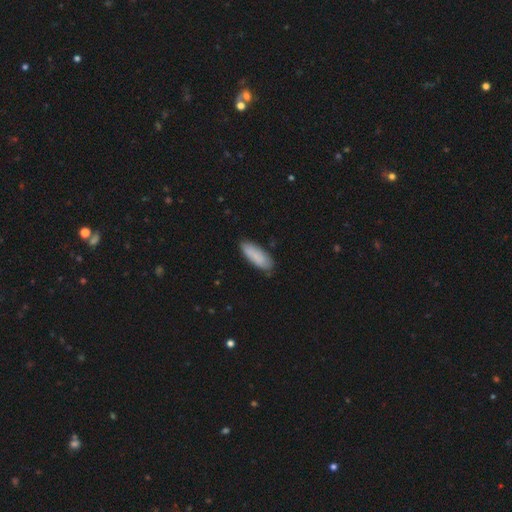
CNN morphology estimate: Smooth or featured: smooth — 83% (featured or disk — 12%)
How rounded: in between — 64% (cigar-shaped — 35%)
Merging: none — 79% (minor disturbance — 17%)